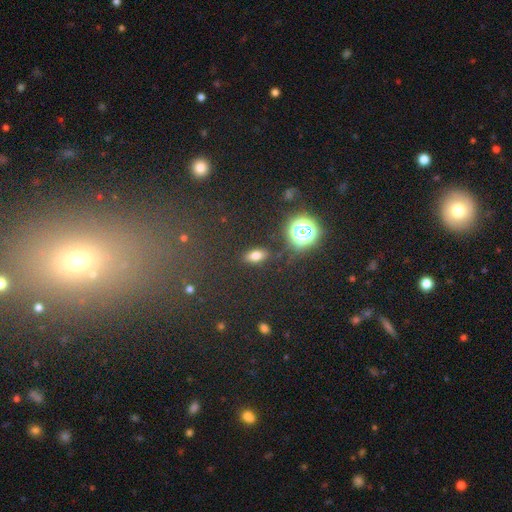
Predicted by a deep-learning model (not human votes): Q: Smooth or featured?
A: smooth (72%); runner-up: star or artifact (20%)
Q: How rounded?
A: in between (82%); runner-up: round (11%)
Q: Merging?
A: none (87%); runner-up: minor disturbance (8%)